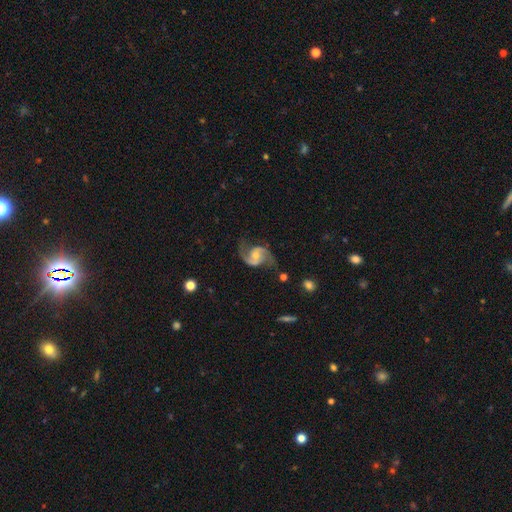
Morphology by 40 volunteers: Q: Smooth or featured?
A: featured or disk (100%)
Q: Edge-on disk?
A: no (100%)
Q: Bar?
A: no (52%); runner-up: weak (38%)
Q: Spiral arms?
A: yes (100%)
Q: Spiral winding?
A: medium (48%); runner-up: loose (45%)
Q: Spiral arm count?
A: 2 (100%)
Q: Bulge size?
A: moderate (62%); runner-up: small (30%)
Q: Merging?
A: none (68%); runner-up: minor disturbance (28%)